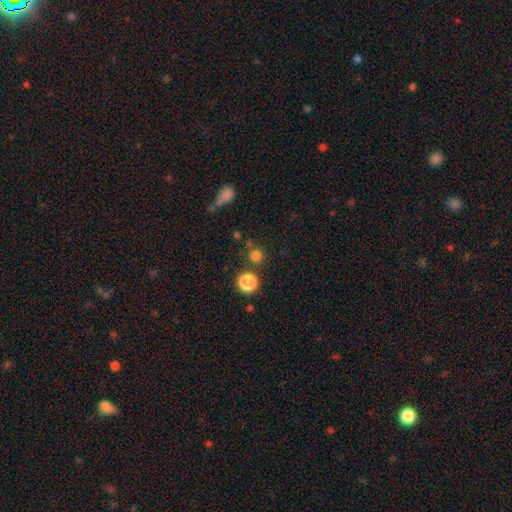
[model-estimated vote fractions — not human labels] Smooth or featured: smooth — 76% (star or artifact — 19%)
How rounded: round — 93% (in between — 6%)
Merging: none — 77% (merger — 11%)